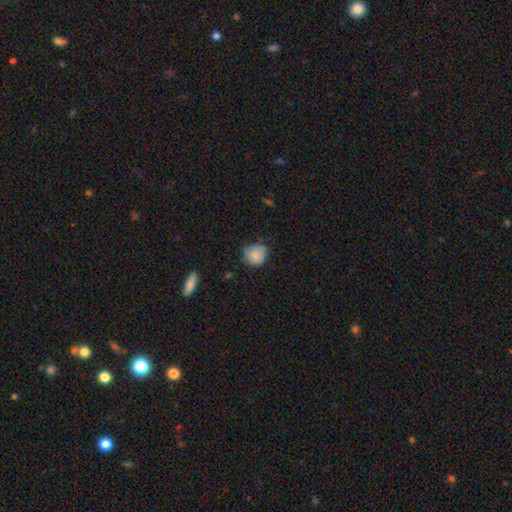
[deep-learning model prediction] Smooth or featured? Predicted: smooth (p=0.84). How rounded? Predicted: round (p=0.82). Merging? Predicted: none (p=0.64).